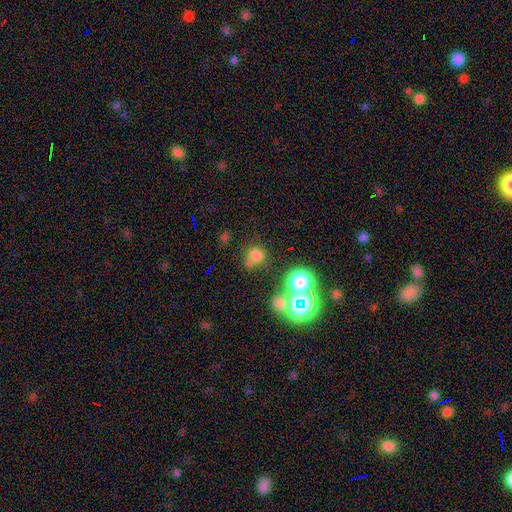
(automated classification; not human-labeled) Smooth or featured? smooth (65%)
How rounded? round (84%)
Merging? none (61%)